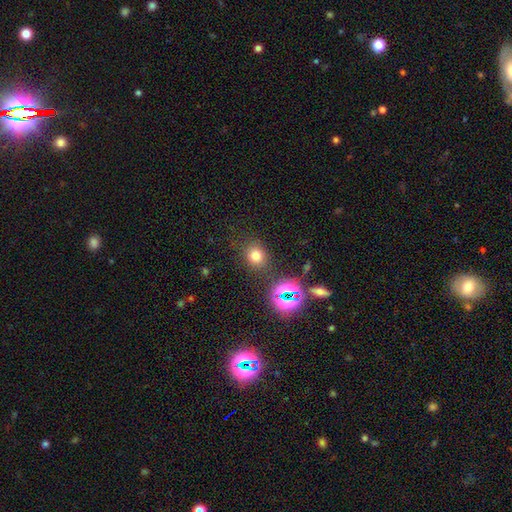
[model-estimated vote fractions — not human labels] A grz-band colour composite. It shows a smooth galaxy with no disk features (71%) that is round (76%). Merging: none (81%).